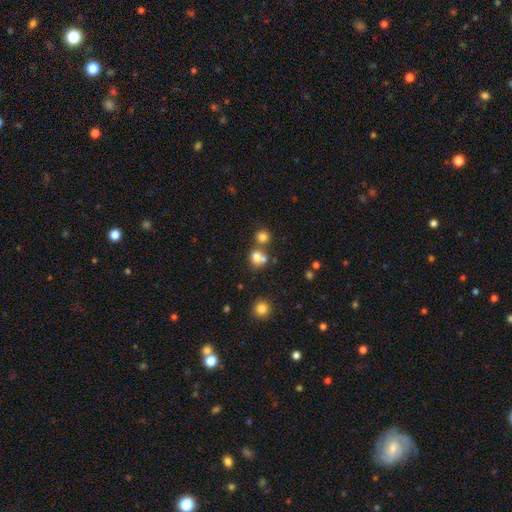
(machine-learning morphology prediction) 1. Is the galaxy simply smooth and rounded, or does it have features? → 74% smooth, 15% star or artifact, 11% featured or disk.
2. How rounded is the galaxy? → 75% round, 24% in between, 1% cigar-shaped.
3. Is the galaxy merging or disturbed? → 45% none, 42% merger, 9% minor disturbance, 4% major disturbance.